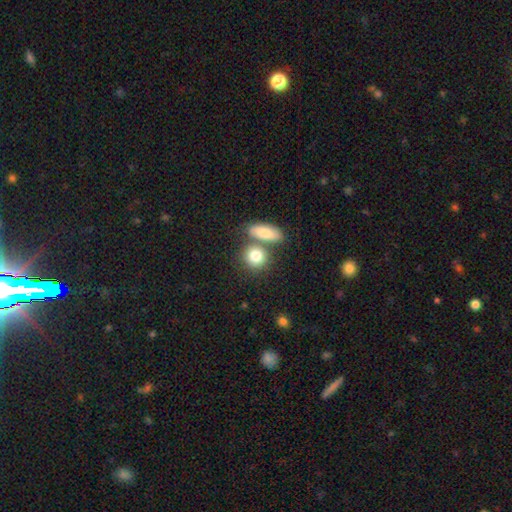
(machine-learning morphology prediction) Smooth or featured?
  - smooth: 81% *
  - featured or disk: 12%
  - star or artifact: 7%
How rounded?
  - round: 61% *
  - in between: 36%
  - cigar-shaped: 3%
Merging?
  - none: 51% *
  - merger: 36%
  - minor disturbance: 10%
  - major disturbance: 4%